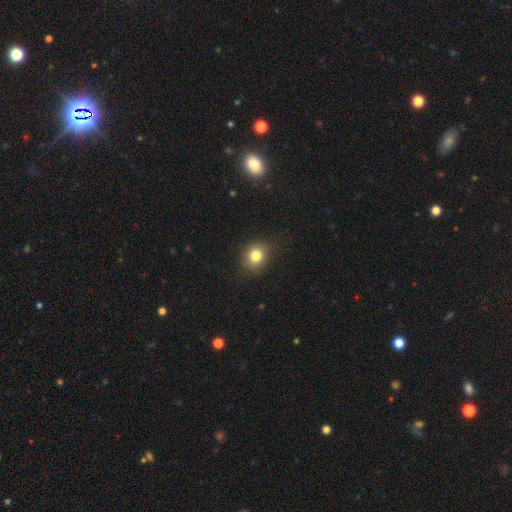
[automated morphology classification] type=smooth (81%); roundness=round (68%); merging=none (83%).